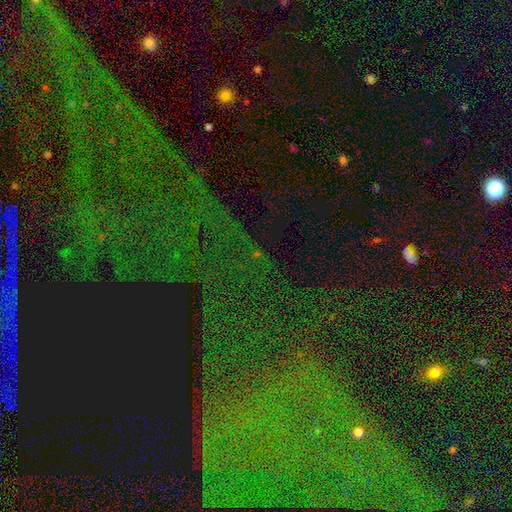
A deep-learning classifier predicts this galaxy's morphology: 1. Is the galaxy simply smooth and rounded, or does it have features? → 75% star or artifact, 14% featured or disk, 11% smooth.